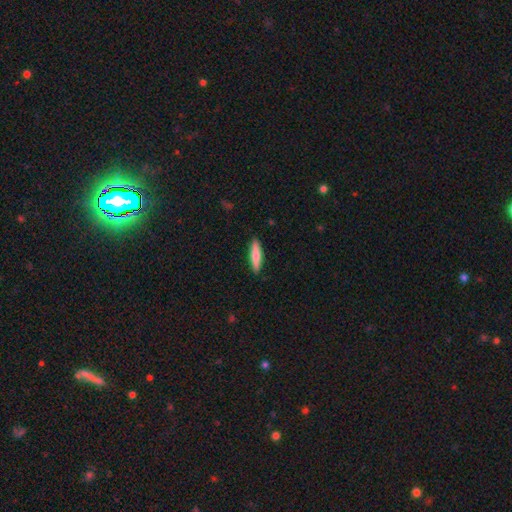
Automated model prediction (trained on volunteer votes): This appears to be a smooth galaxy with no disk features (76%) that is cigar-shaped (79%). Merging: none (90%).